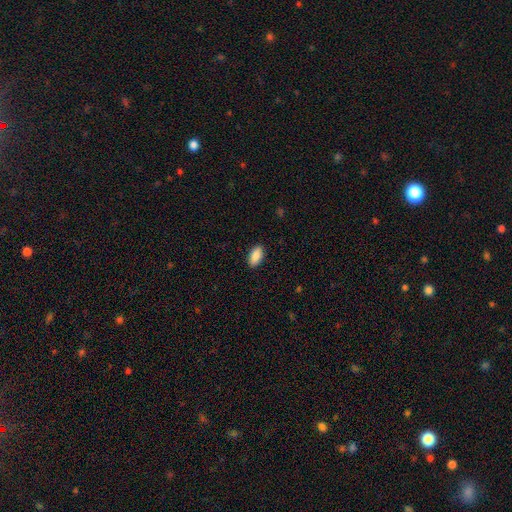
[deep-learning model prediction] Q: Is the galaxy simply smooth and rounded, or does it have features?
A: smooth — 90%.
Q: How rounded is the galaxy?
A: in between — 93%.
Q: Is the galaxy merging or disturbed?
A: none — 89%.